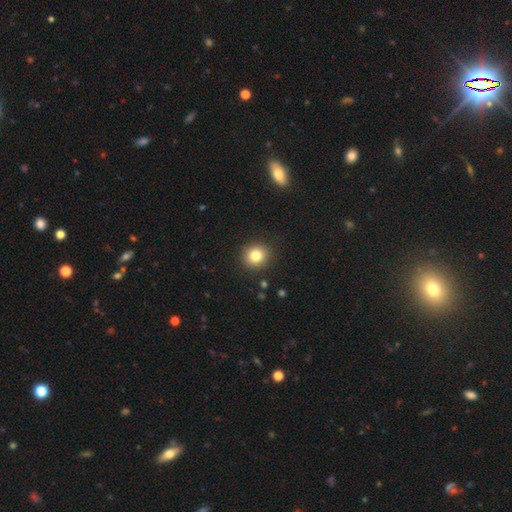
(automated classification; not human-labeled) smooth 81%, star or artifact 11%, featured or disk 8%. Down the decision tree: how rounded — round (87%); merging — none (91%).